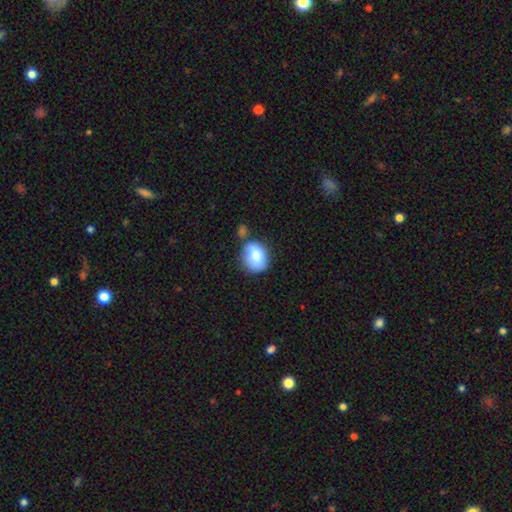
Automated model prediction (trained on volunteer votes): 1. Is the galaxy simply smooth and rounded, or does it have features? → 79% smooth, 14% featured or disk, 8% star or artifact.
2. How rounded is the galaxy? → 52% round, 46% in between, 1% cigar-shaped.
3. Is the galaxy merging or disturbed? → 55% none, 22% minor disturbance, 16% merger, 6% major disturbance.